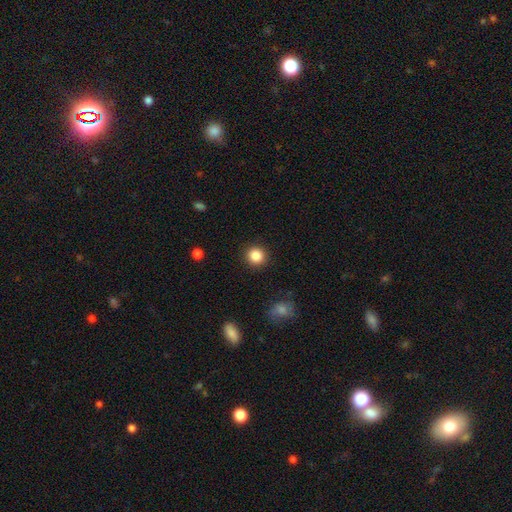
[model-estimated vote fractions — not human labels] smooth 86%, star or artifact 10%, featured or disk 4%. Down the decision tree: how rounded — round (92%); merging — none (91%).